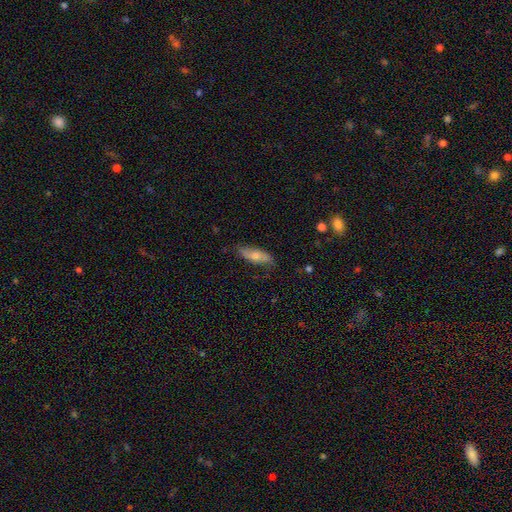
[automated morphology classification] This appears to be a smooth galaxy with no disk features (60%) that is in between round and cigar-shaped (60%). Merging: none (74%).